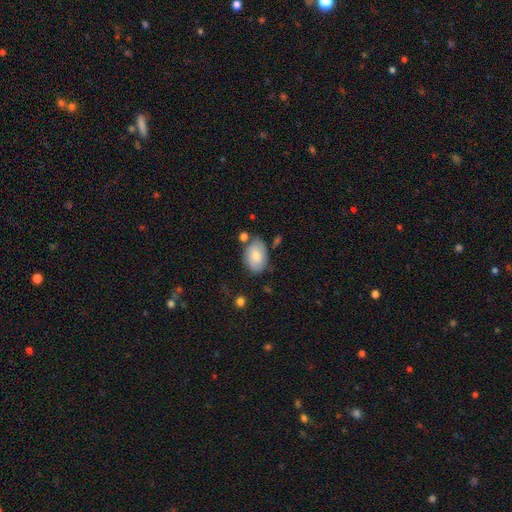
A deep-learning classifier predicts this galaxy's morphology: The model was most divided on "merging": none: 65%, minor disturbance: 22%, merger: 8%, major disturbance: 5%. More confident: how rounded — in between (84%); smooth or featured — smooth (69%).